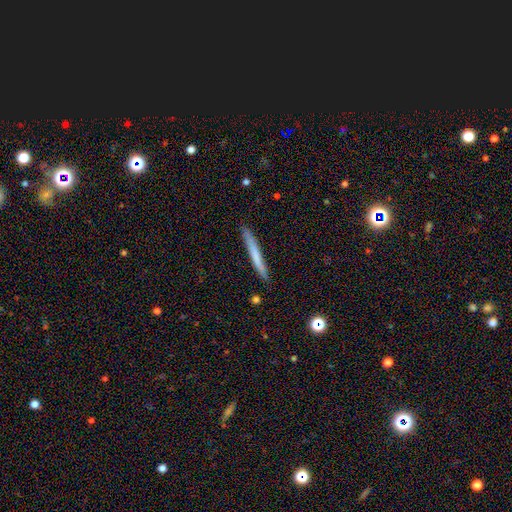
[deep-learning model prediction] This appears to be a smooth galaxy with no disk features (65%) that is cigar-shaped (97%). Merging: none (88%).